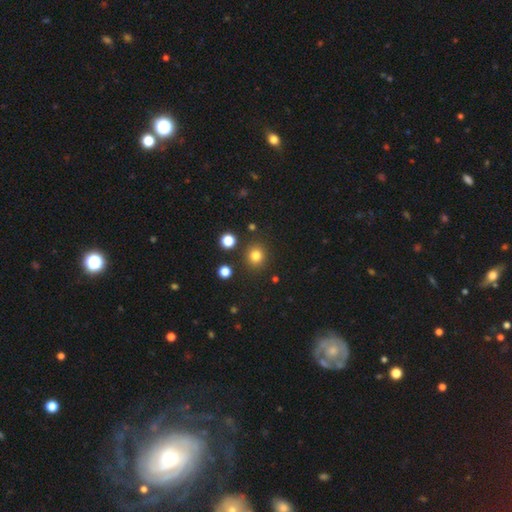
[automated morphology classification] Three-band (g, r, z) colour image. It shows a smooth galaxy with no disk features (81%) that is round (86%). Merging: none (87%).